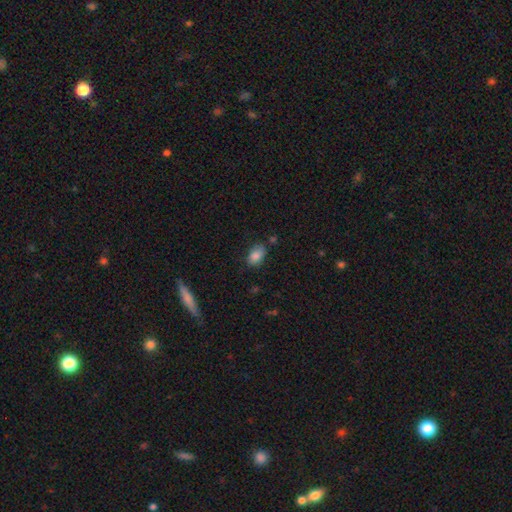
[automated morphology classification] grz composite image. It shows a smooth galaxy with no disk features (86%) that is in between round and cigar-shaped (89%). Merging: none (72%).